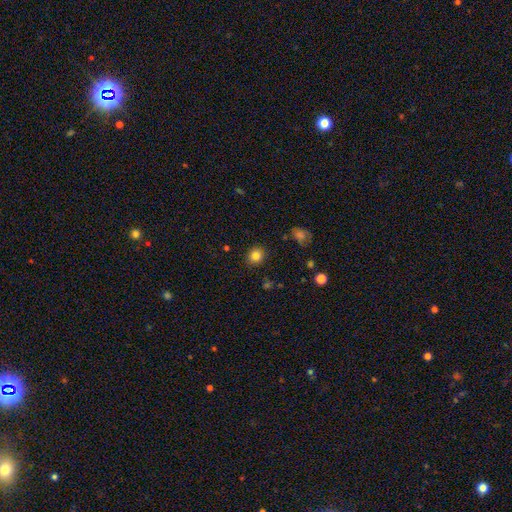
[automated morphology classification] smooth-or-featured: smooth: 82% | star or artifact: 12% | featured or disk: 6%
  how-rounded: round: 79% | in between: 21% | cigar-shaped: 1%
  merging: none: 89% | minor disturbance: 7% | major disturbance: 2% | merger: 1%